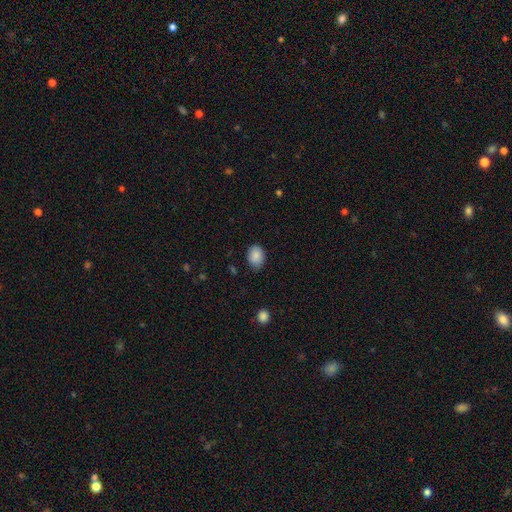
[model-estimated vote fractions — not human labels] This is clearly a smooth galaxy (87%). How rounded: likely in between (64%). Merging: likely none (74%).